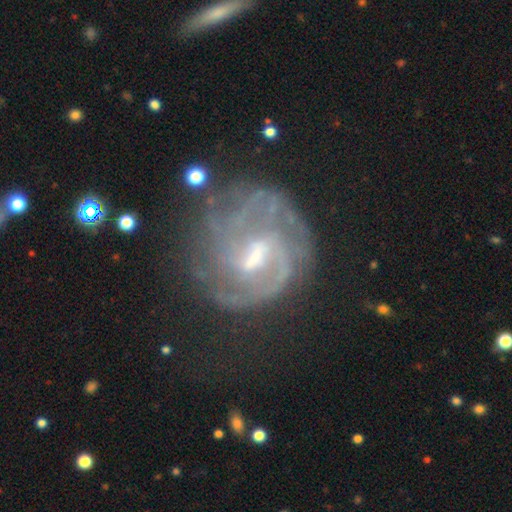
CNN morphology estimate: smooth_or_featured: featured or disk (p=0.83) [alt: smooth p=0.09]
disk_edge_on: no (p=0.97) [alt: yes p=0.03]
bar: weak (p=0.55) [alt: strong p=0.26]
has_spiral_arms: yes (p=0.89) [alt: no p=0.11]
spiral_winding: tight (p=0.44) [alt: medium p=0.40]
spiral_arm_count: can't tell (p=0.34) [alt: 2 p=0.28]
bulge_size: moderate (p=0.46) [alt: small p=0.33]
merging: none (p=0.58) [alt: minor disturbance p=0.20]